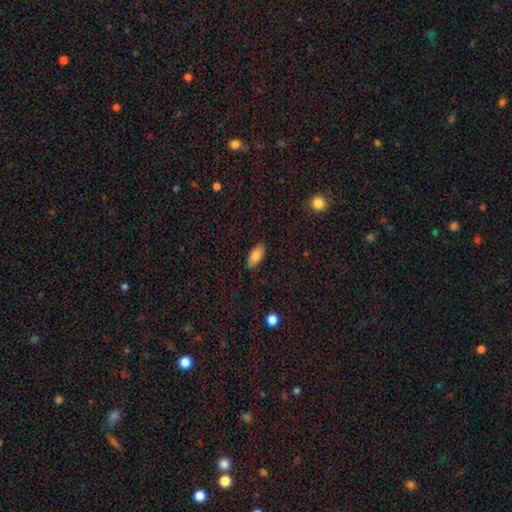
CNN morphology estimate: smooth 80%, featured or disk 13%, star or artifact 7%. Down the decision tree: how rounded — in between (88%); merging — none (87%).